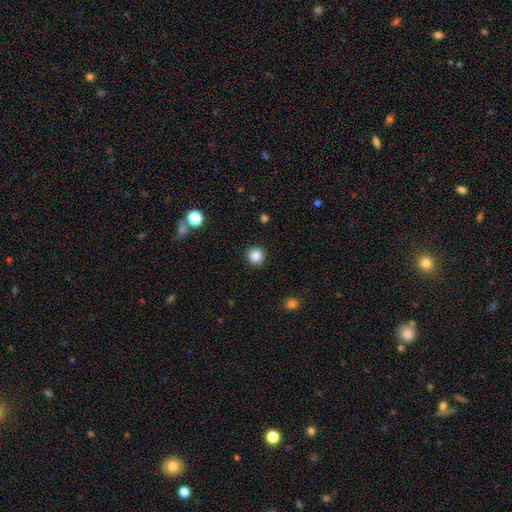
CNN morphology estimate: A smooth galaxy with no disk features (86%) that is round (93%).

Vote fractions:
- Smooth or featured? smooth: 86% / star or artifact: 11% / featured or disk: 4%
- How rounded? round: 93% / in between: 6% / cigar-shaped: 1%
- Merging? none: 91% / minor disturbance: 5% / major disturbance: 2% / merger: 1%